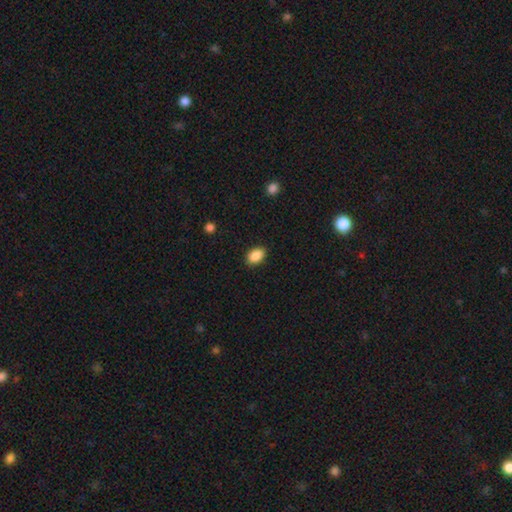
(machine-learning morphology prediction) smooth-or-featured: smooth: 89% | star or artifact: 8% | featured or disk: 3%
  how-rounded: in between: 85% | round: 14% | cigar-shaped: 1%
  merging: none: 89% | minor disturbance: 8% | major disturbance: 2% | merger: 1%